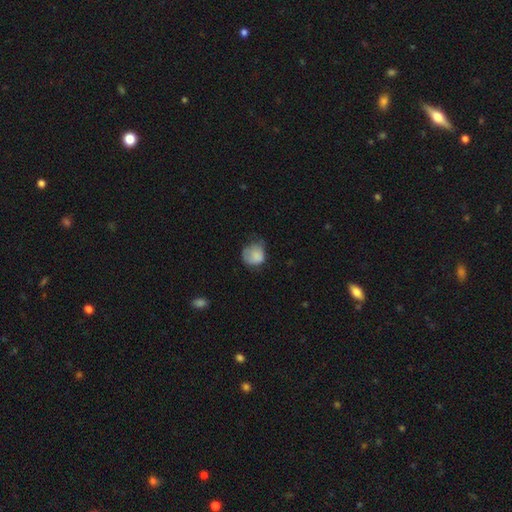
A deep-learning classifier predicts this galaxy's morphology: Smooth or featured?
  - smooth: 79% *
  - featured or disk: 12%
  - star or artifact: 8%
How rounded?
  - round: 70% *
  - in between: 30%
  - cigar-shaped: 1%
Merging?
  - none: 40% *
  - minor disturbance: 39%
  - major disturbance: 19%
  - merger: 2%